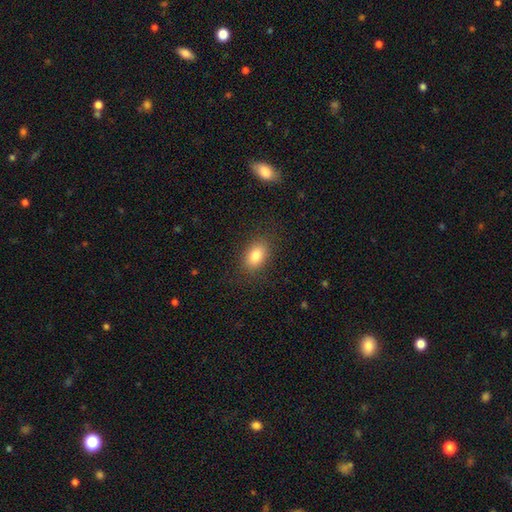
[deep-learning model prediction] smooth 82%, star or artifact 9%, featured or disk 9%. Down the decision tree: how rounded — in between (81%); merging — none (85%).